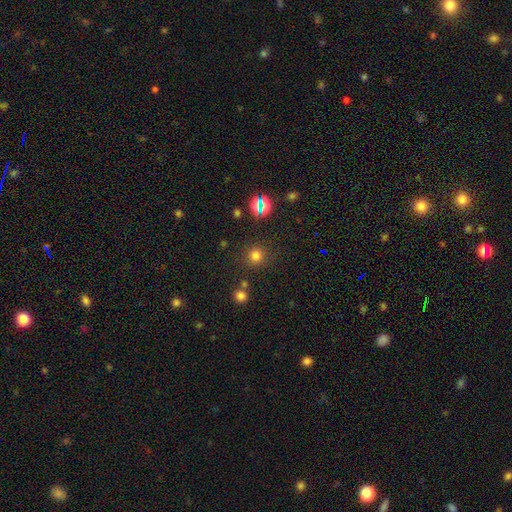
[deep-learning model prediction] Morphology: type=smooth (72%); roundness=round (93%); merging=none (83%).